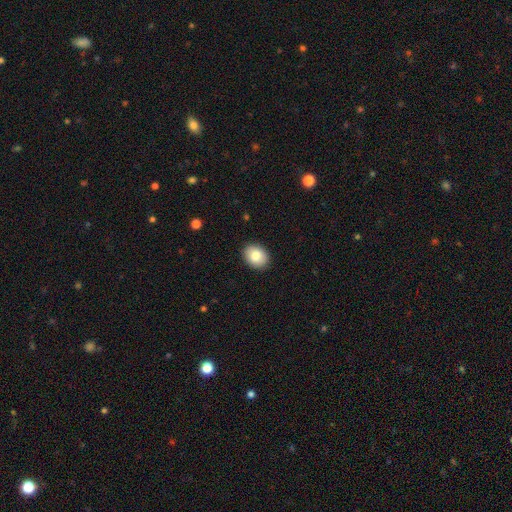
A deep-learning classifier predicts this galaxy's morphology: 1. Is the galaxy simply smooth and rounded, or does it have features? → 83% smooth, 9% featured or disk, 8% star or artifact.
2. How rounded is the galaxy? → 53% in between, 46% round, 1% cigar-shaped.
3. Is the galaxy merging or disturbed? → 90% none, 7% minor disturbance, 2% major disturbance, 1% merger.